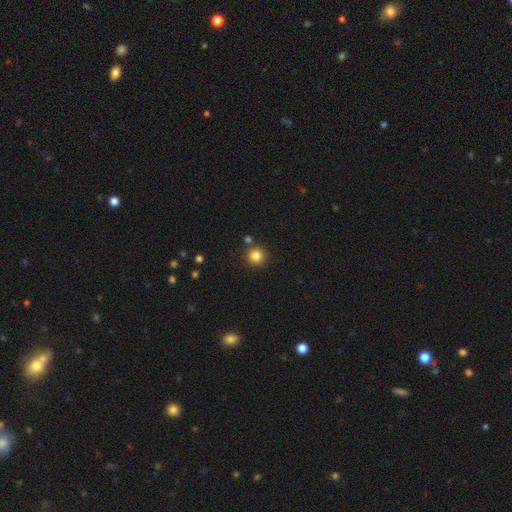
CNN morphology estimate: smooth 84%, star or artifact 12%, featured or disk 4%. Down the decision tree: how rounded — round (94%); merging — none (84%).